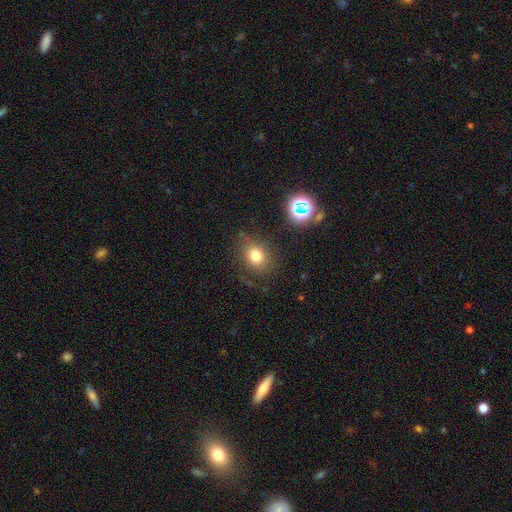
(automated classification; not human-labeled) This is likely a smooth galaxy (74%). How rounded: possibly round (57%). Merging: likely none (73%).